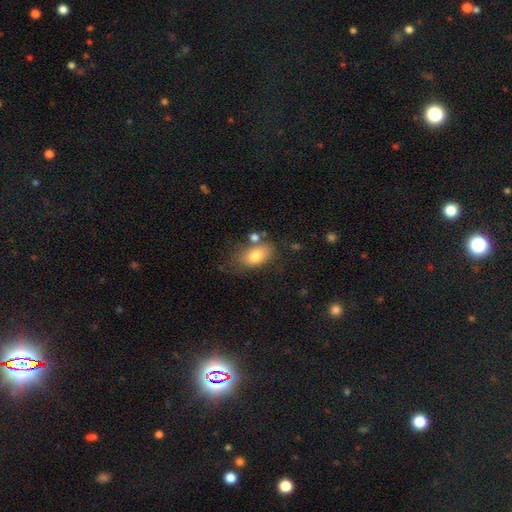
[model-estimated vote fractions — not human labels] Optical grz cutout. It shows a smooth galaxy with no disk features (79%) that is in between round and cigar-shaped (89%). Merging: none (60%).